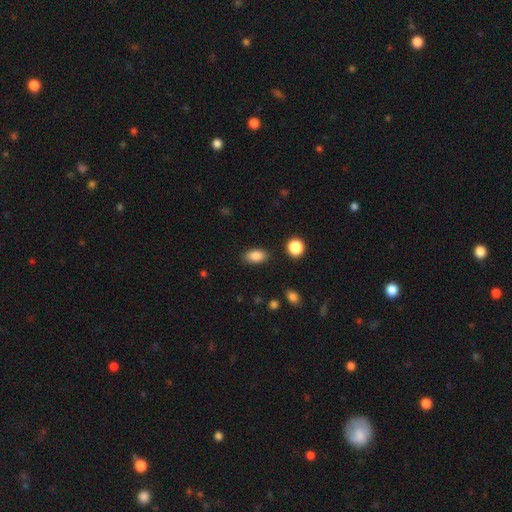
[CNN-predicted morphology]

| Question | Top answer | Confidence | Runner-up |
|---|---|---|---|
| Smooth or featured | smooth | 87% | star or artifact (8%) |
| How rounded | in between | 89% | round (7%) |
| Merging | none | 86% | minor disturbance (9%) |